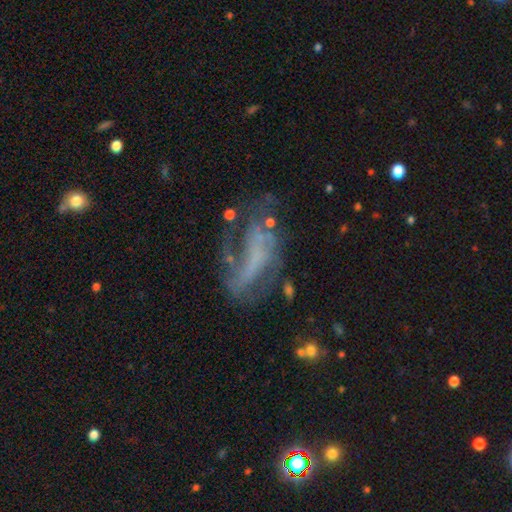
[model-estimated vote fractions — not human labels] Smooth or featured? Predicted: featured or disk (p=0.59). Edge-on disk? Predicted: no (p=0.90). Bar? Predicted: no (p=0.65). Spiral arms? Predicted: no (p=0.50, tied with yes). Bulge size? Predicted: none (p=0.76). Merging? Predicted: major disturbance (p=0.38).